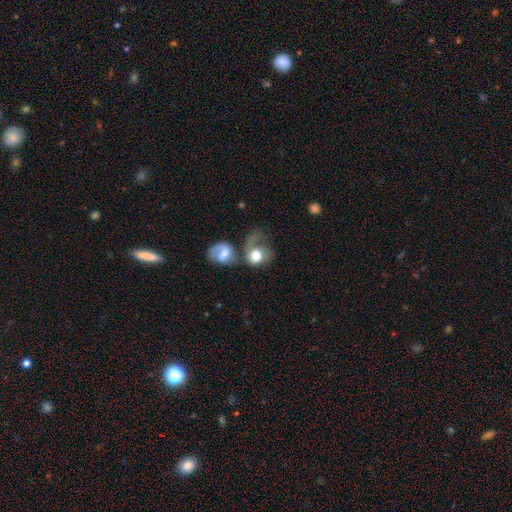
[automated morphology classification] Smooth or featured?
  - smooth: 64% *
  - featured or disk: 29%
  - star or artifact: 7%
How rounded?
  - round: 65% *
  - in between: 34%
  - cigar-shaped: 1%
Merging?
  - merger: 43% *
  - major disturbance: 23%
  - none: 21%
  - minor disturbance: 13%